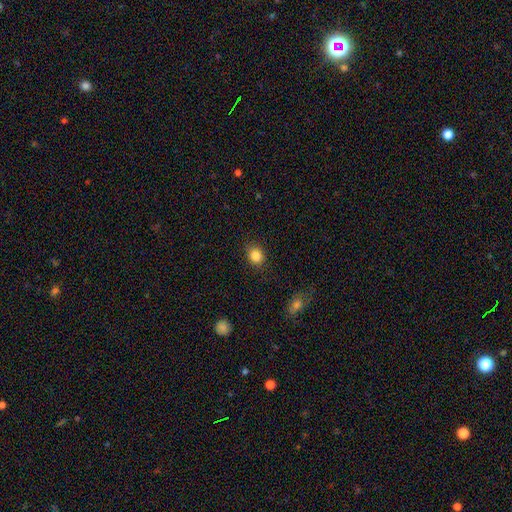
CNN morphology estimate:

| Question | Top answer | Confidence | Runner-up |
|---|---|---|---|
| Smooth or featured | smooth | 85% | star or artifact (10%) |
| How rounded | round | 68% | in between (31%) |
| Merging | none | 86% | minor disturbance (10%) |